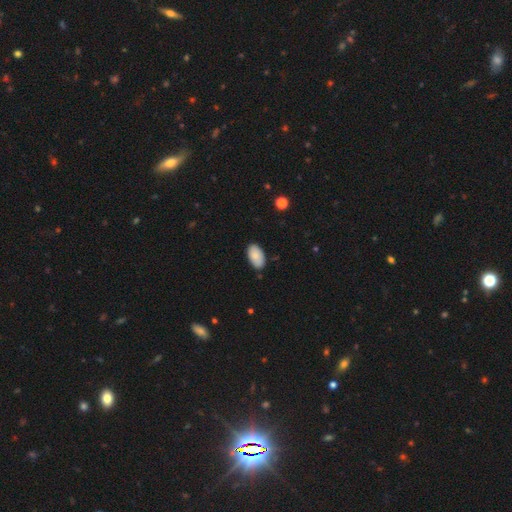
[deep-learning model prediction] The model was most divided on "merging": none: 84%, minor disturbance: 12%, major disturbance: 2%, merger: 1%. More confident: how rounded — in between (95%); smooth or featured — smooth (86%).